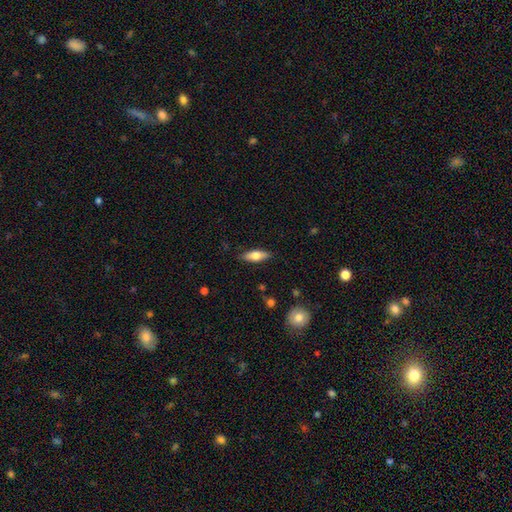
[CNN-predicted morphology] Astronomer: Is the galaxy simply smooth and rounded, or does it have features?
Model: smooth — 64%.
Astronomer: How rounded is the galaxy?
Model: in between — 60% (runner-up: cigar-shaped, 38%).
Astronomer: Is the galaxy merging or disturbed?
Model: none — 86%.